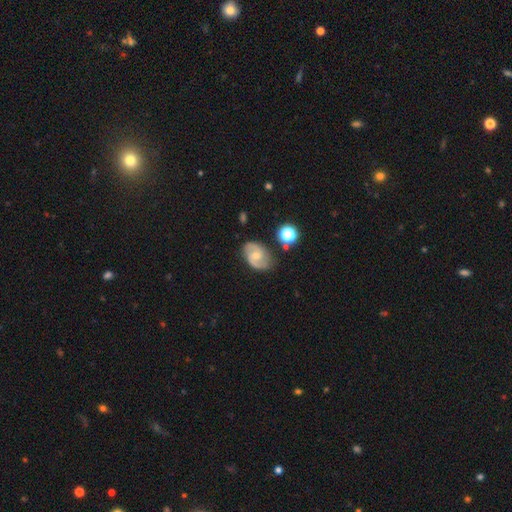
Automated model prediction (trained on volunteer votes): A featured or disk galaxy (76%) with no bar (52%), 2 (88%) medium (51%) spiral arms (92%) and a moderate central bulge (50%). Merging: none (76%).